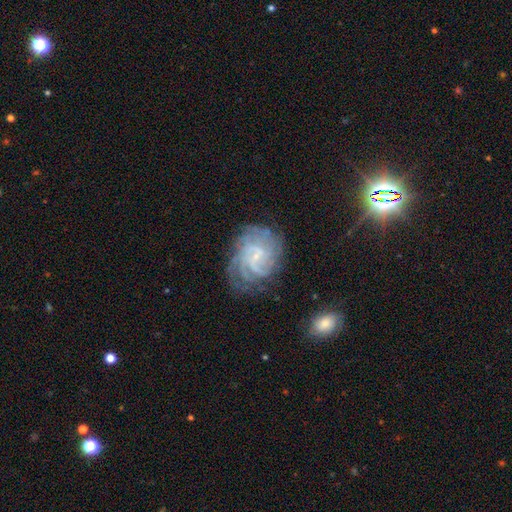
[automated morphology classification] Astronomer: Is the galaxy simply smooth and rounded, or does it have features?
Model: featured or disk — 78%.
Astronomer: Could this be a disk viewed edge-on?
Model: no — 97%.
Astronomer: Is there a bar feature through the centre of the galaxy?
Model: weak — 45% (runner-up: no, 44%).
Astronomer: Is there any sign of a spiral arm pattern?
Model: yes — 95%.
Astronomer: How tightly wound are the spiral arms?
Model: tight — 63%.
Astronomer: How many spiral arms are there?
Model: can't tell — 37% (runner-up: 4, 20%).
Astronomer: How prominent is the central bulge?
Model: small — 68%.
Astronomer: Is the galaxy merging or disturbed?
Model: none — 70%.